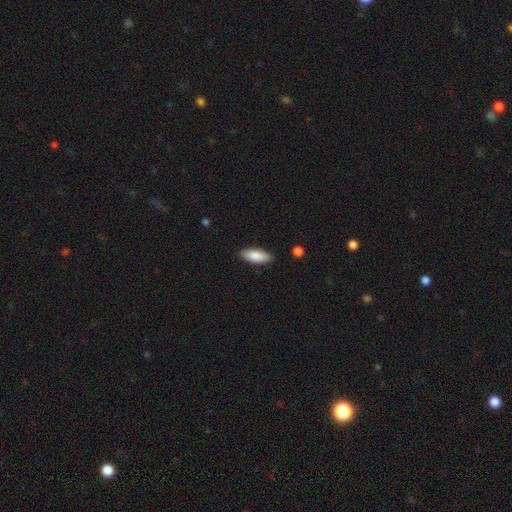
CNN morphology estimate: Overall: smooth (86%). How rounded: in between (78%). Merging: none (87%).